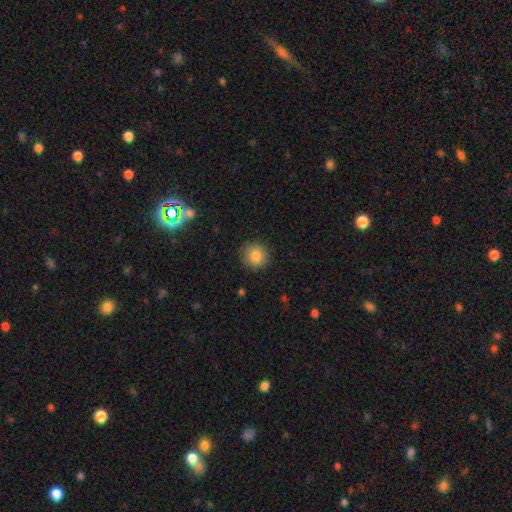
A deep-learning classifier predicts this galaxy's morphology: The model was most divided on "smooth or featured": smooth: 83%, star or artifact: 10%, featured or disk: 7%. More confident: how rounded — round (93%); merging — none (90%).